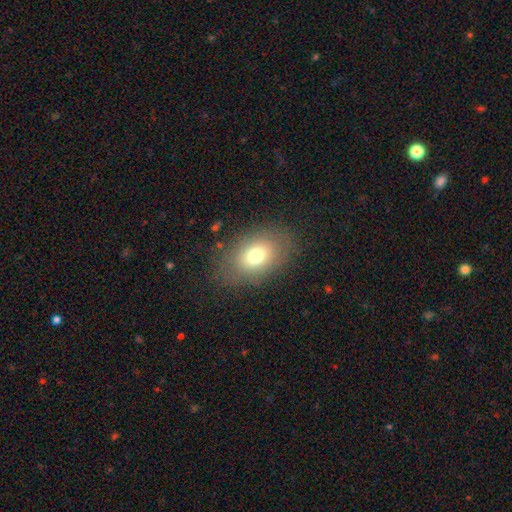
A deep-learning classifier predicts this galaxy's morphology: type=smooth (73%); roundness=in between (77%); merging=none (79%).